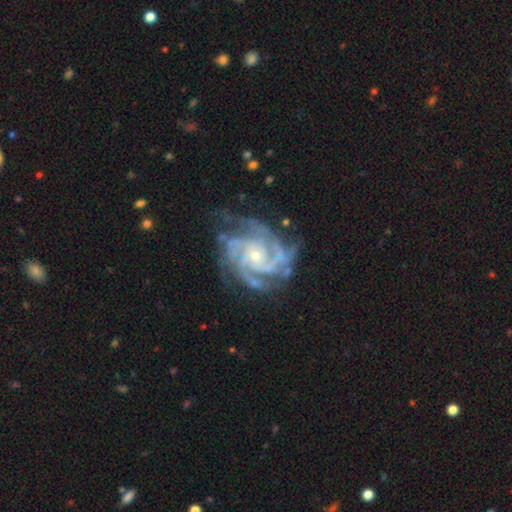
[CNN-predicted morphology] smooth_or_featured: featured or disk (p=0.92) [alt: star or artifact p=0.05]
disk_edge_on: no (p=0.98) [alt: yes p=0.02]
bar: no (p=0.68) [alt: weak p=0.23]
has_spiral_arms: yes (p=0.99) [alt: no p=0.01]
spiral_winding: tight (p=0.63) [alt: medium p=0.33]
spiral_arm_count: 4 (p=0.39) [alt: 3 p=0.25]
bulge_size: small (p=0.71) [alt: moderate p=0.26]
merging: none (p=0.71) [alt: minor disturbance p=0.19]